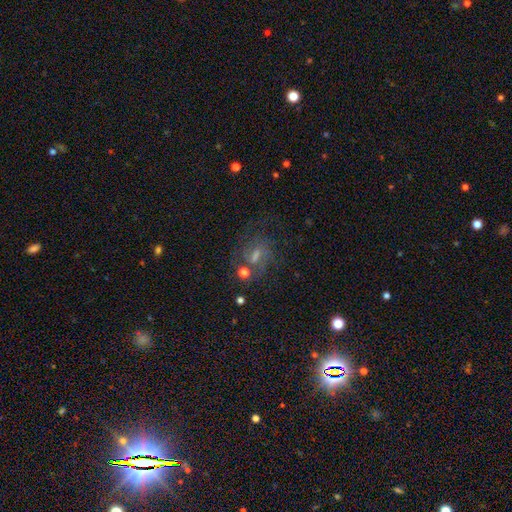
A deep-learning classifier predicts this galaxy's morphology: Q: Smooth or featured?
A: featured or disk (42%); runner-up: star or artifact (30%)
Q: Merging?
A: none (62%); runner-up: minor disturbance (17%)